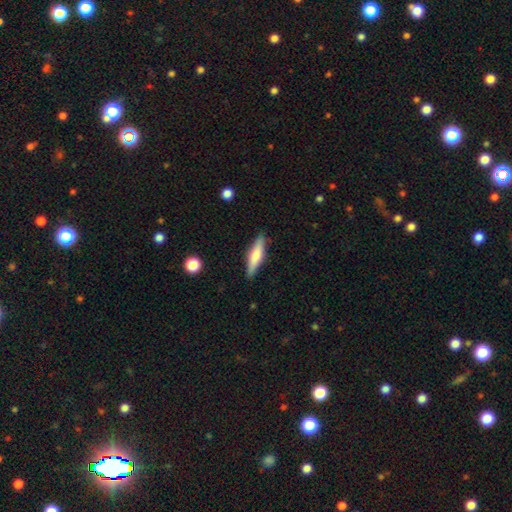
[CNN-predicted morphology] Smooth or featured? Predicted: smooth (p=0.61). How rounded? Predicted: cigar-shaped (p=0.76). Merging? Predicted: none (p=0.87).